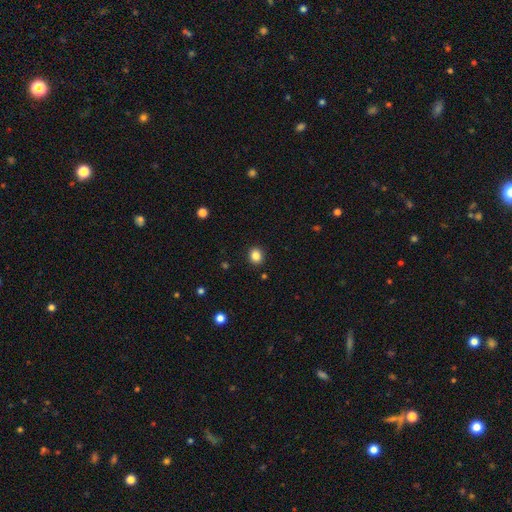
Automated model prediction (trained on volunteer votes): This is clearly a smooth galaxy (85%). How rounded: likely round (73%). Merging: clearly none (91%).